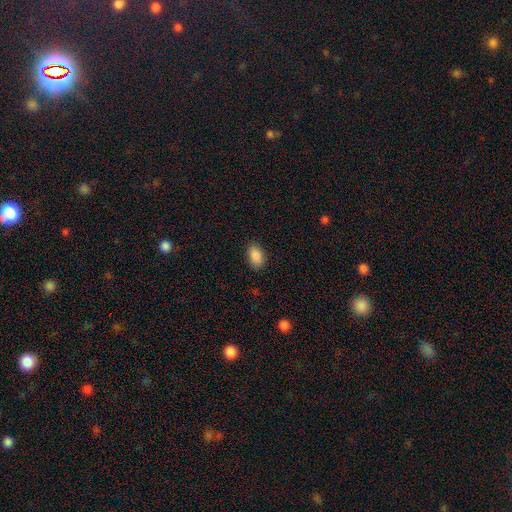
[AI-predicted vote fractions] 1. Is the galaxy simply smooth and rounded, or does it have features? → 89% smooth, 8% star or artifact, 4% featured or disk.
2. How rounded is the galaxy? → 91% in between, 7% round, 2% cigar-shaped.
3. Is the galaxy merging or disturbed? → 87% none, 10% minor disturbance, 2% major disturbance, 1% merger.